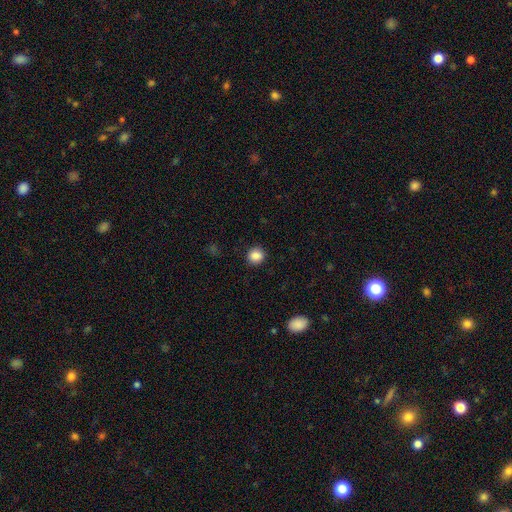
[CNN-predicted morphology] Smooth or featured? Predicted: smooth (p=0.87). How rounded? Predicted: round (p=0.91). Merging? Predicted: none (p=0.92).